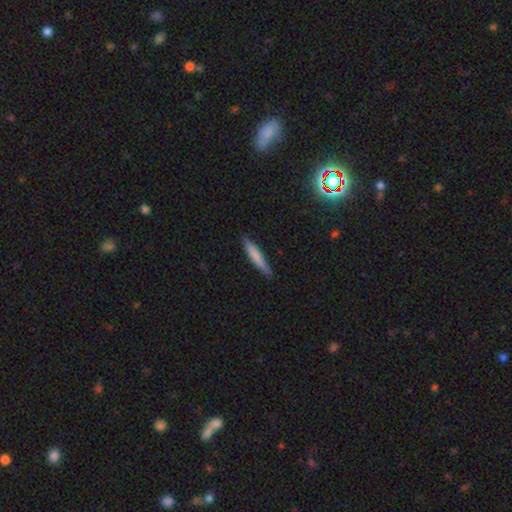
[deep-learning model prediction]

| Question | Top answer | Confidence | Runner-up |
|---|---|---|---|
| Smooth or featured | smooth | 73% | featured or disk (21%) |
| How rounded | cigar-shaped | 93% | in between (6%) |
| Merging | none | 86% | minor disturbance (11%) |